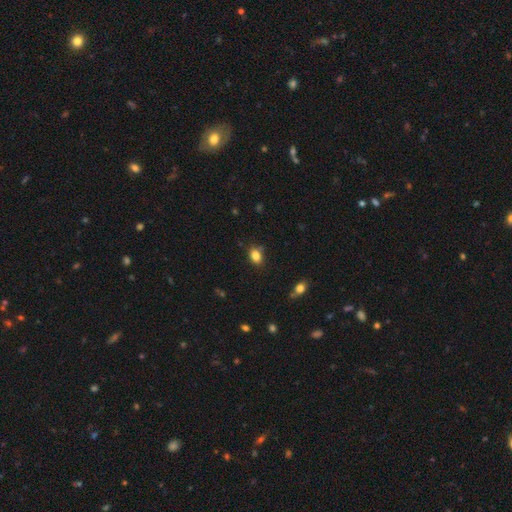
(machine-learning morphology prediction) This appears to be a smooth galaxy with no disk features (83%) that is in between round and cigar-shaped (69%). Merging: none (78%).